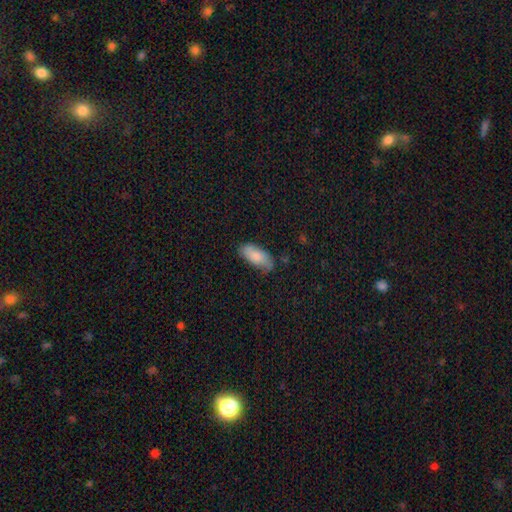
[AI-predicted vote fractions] Morphology: type=smooth (80%); roundness=in between (88%); merging=none (65%).